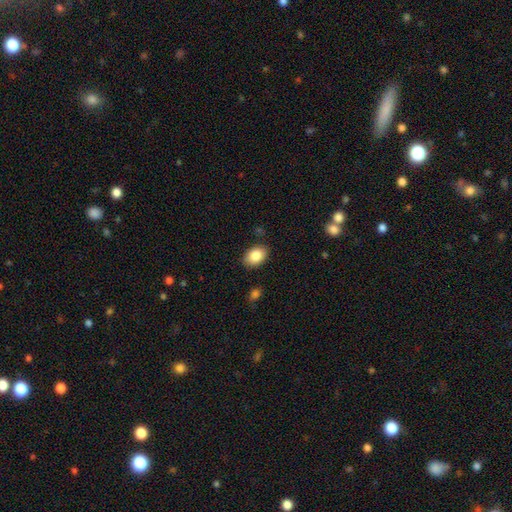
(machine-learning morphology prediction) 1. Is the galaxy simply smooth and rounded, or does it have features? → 87% smooth, 7% star or artifact, 6% featured or disk.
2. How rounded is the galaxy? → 80% in between, 19% round, 1% cigar-shaped.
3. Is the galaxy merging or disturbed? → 84% none, 11% minor disturbance, 3% major disturbance, 2% merger.